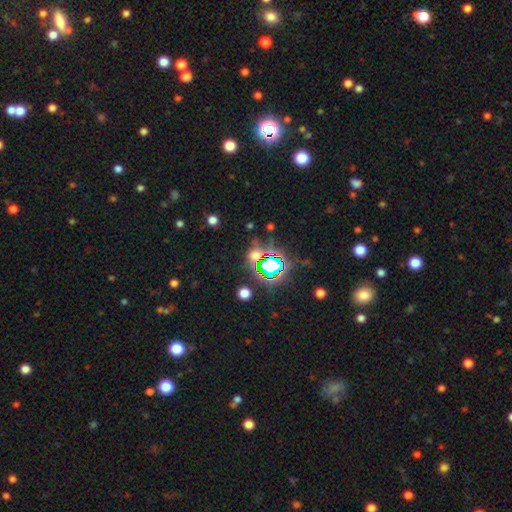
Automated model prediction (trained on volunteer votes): A star or artifact, not a galaxy (57%).